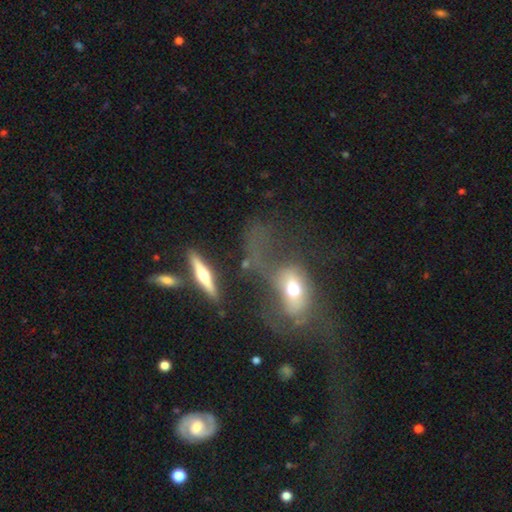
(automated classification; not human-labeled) This appears to be a featured or disk galaxy (57%). Merging: major disturbance (34%).